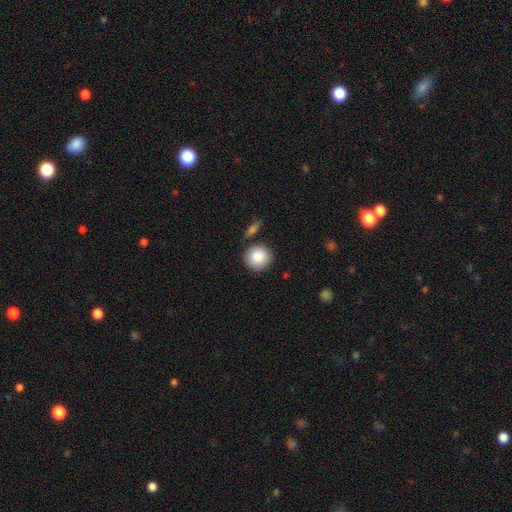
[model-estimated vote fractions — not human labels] This is clearly a smooth galaxy (87%). How rounded: clearly round (90%). Merging: clearly none (81%).